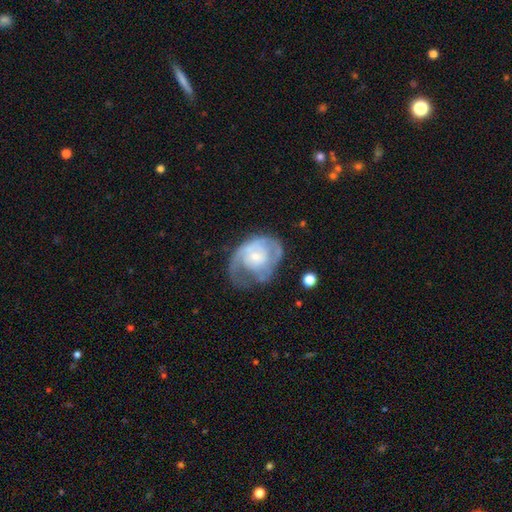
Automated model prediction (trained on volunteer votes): smooth_or_featured: featured or disk (p=0.68) [alt: smooth p=0.26]
disk_edge_on: no (p=0.97) [alt: yes p=0.03]
bar: no (p=0.76) [alt: weak p=0.21]
has_spiral_arms: yes (p=0.69) [alt: no p=0.31]
bulge_size: small (p=0.62) [alt: moderate p=0.30]
merging: major disturbance (p=0.37) [alt: none p=0.34]